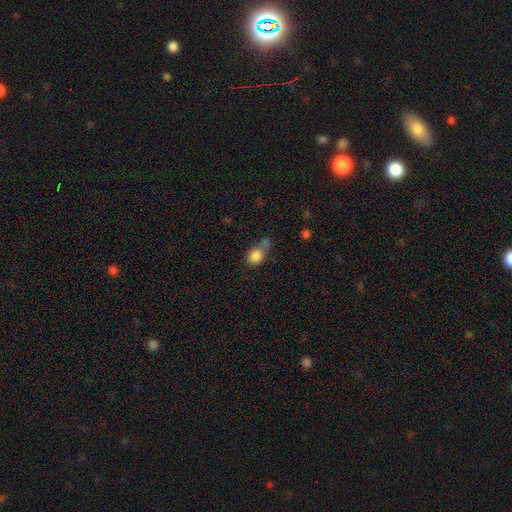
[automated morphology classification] Smooth or featured? smooth (84%)
How rounded? round (49%, tied with in between)
Merging? none (38%)